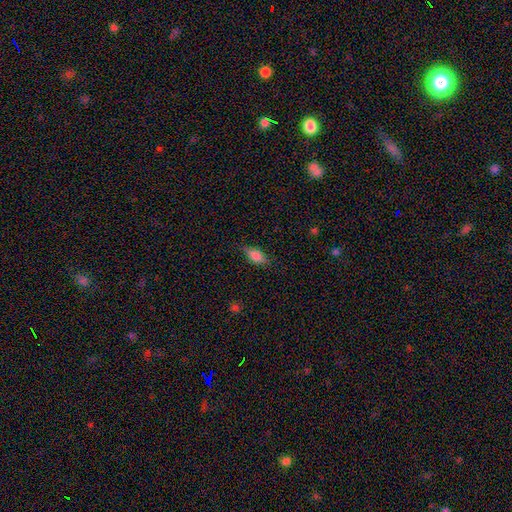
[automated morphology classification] A smooth galaxy with no disk features (74%) that is in between round and cigar-shaped (80%). Merging: none (78%).